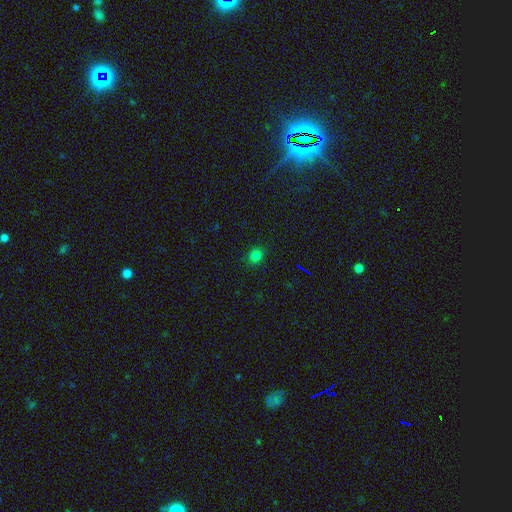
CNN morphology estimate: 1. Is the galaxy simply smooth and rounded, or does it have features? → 79% smooth, 17% star or artifact, 4% featured or disk.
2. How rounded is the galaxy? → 80% round, 19% in between, 1% cigar-shaped.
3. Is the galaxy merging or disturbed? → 89% none, 8% minor disturbance, 2% major disturbance, 1% merger.